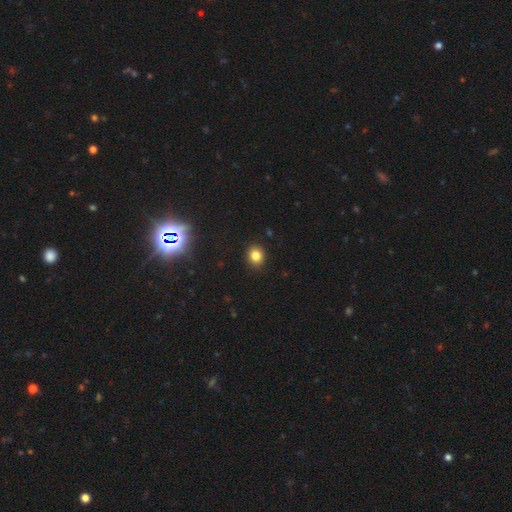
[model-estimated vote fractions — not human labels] Smooth or featured?
  - smooth: 82% *
  - star or artifact: 12%
  - featured or disk: 6%
How rounded?
  - round: 69% *
  - in between: 30%
  - cigar-shaped: 1%
Merging?
  - none: 90% *
  - minor disturbance: 7%
  - major disturbance: 2%
  - merger: 1%